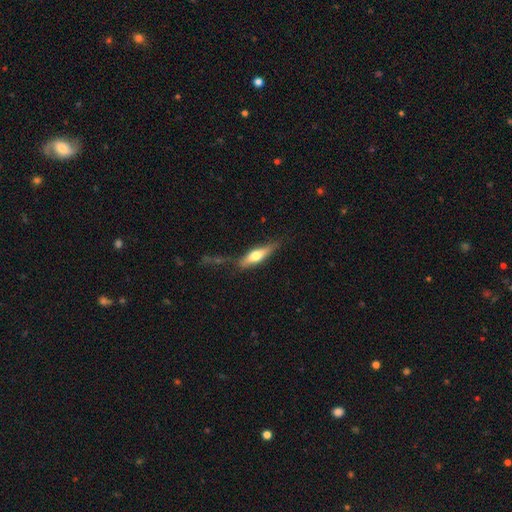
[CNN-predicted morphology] Smooth or featured: smooth — 52% (featured or disk — 42%)
How rounded: cigar-shaped — 63% (in between — 35%)
Merging: none — 67% (minor disturbance — 21%)